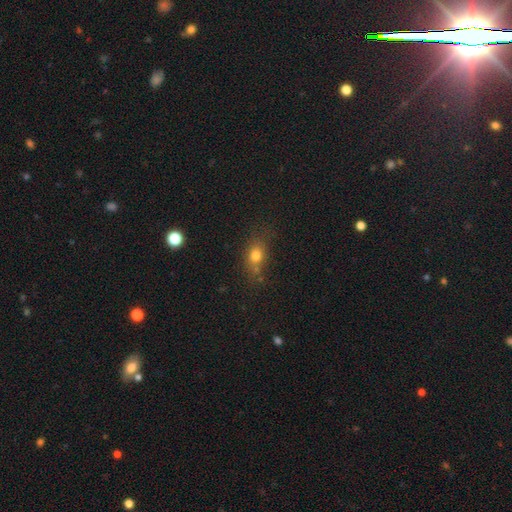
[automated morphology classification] smooth 75%, star or artifact 14%, featured or disk 10%. Down the decision tree: how rounded — in between (55%); merging — none (66%).